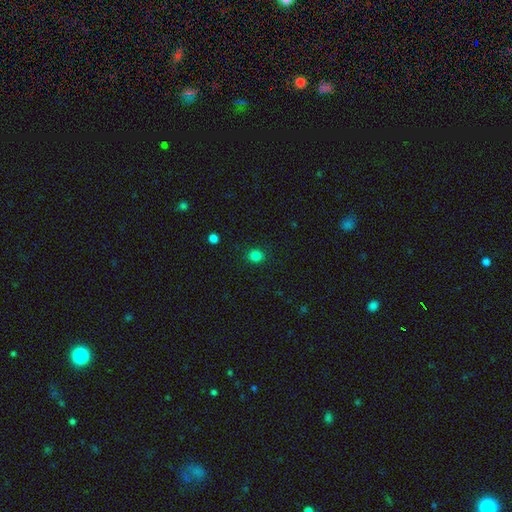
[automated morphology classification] Smooth or featured? smooth (83%)
How rounded? round (82%)
Merging? none (90%)